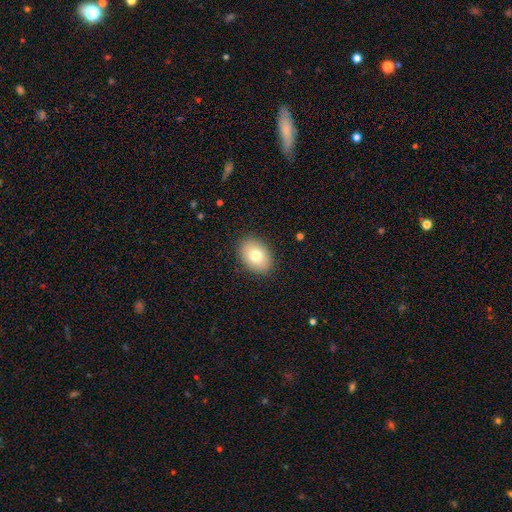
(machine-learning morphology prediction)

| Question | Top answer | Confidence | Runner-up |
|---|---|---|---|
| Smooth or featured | smooth | 77% | featured or disk (14%) |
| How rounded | in between | 78% | round (21%) |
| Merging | none | 89% | minor disturbance (8%) |